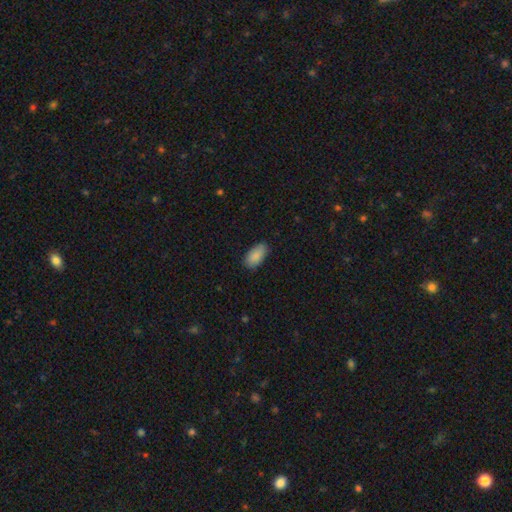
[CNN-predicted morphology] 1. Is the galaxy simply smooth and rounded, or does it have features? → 89% smooth, 6% star or artifact, 5% featured or disk.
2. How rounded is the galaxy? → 94% in between, 4% cigar-shaped, 3% round.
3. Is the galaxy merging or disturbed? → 85% none, 12% minor disturbance, 2% major disturbance, 1% merger.